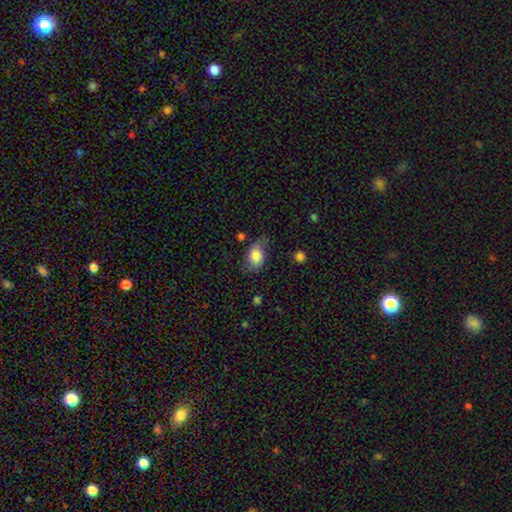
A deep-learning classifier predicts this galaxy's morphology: The model was most divided on "merging": none: 52%, minor disturbance: 33%, major disturbance: 12%, merger: 2%. More confident: how rounded — in between (84%); smooth or featured — smooth (76%).